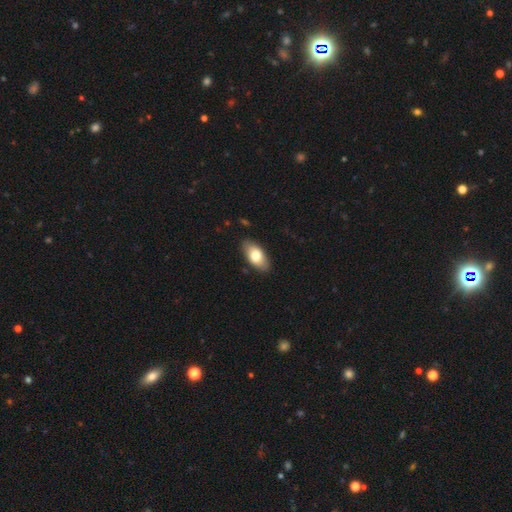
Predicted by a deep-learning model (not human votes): smooth 76%, featured or disk 18%, star or artifact 6%. Down the decision tree: how rounded — in between (93%); merging — none (86%).